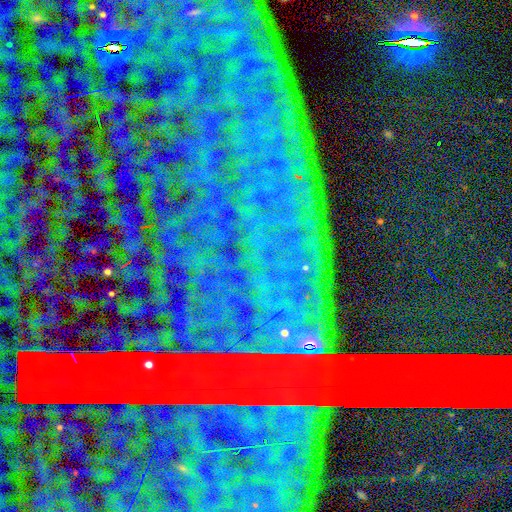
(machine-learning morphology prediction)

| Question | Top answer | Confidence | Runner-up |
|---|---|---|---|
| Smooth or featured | star or artifact | 87% | featured or disk (7%) |